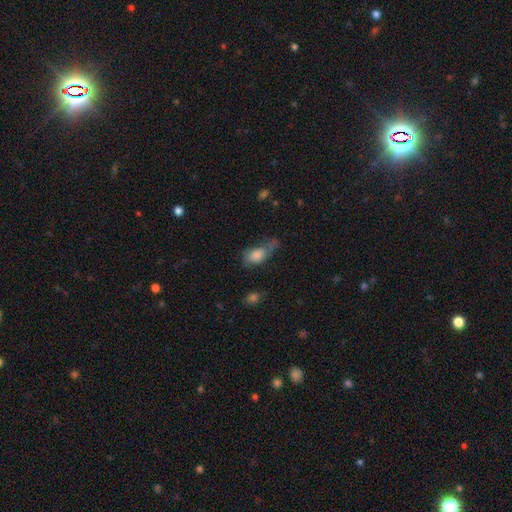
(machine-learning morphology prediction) This is likely a smooth galaxy (72%). How rounded: clearly in between (87%). Merging: marginally none (31%).